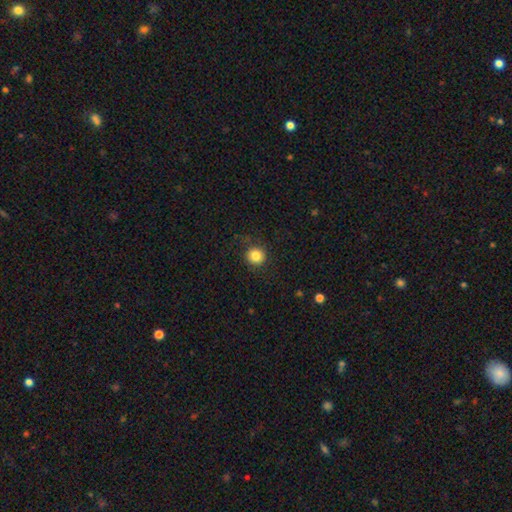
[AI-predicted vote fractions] Smooth or featured: smooth — 84% (star or artifact — 11%)
How rounded: round — 93% (in between — 6%)
Merging: none — 86% (minor disturbance — 9%)